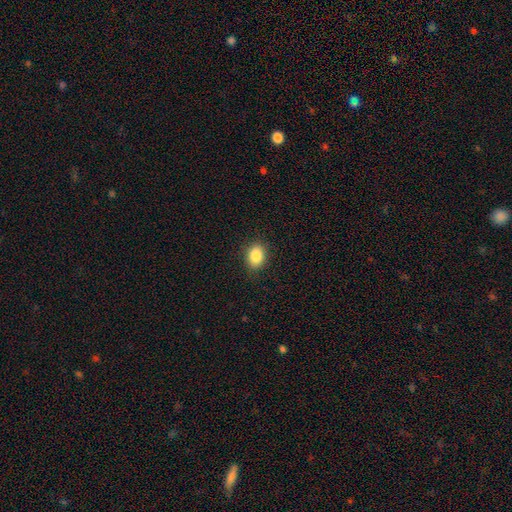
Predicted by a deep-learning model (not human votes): The model was most divided on "how rounded": in between: 74%, round: 25%, cigar-shaped: 1%. More confident: merging — none (88%); smooth or featured — smooth (87%).